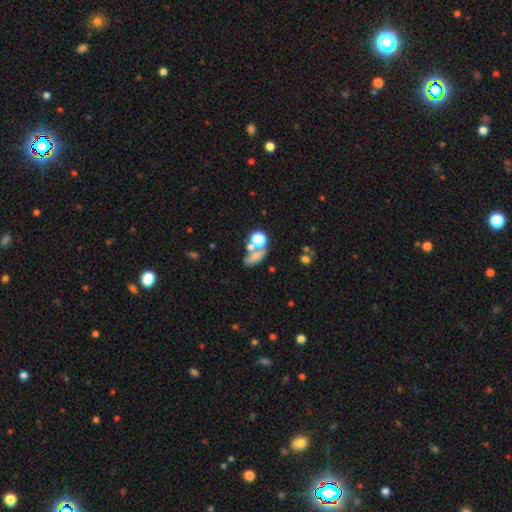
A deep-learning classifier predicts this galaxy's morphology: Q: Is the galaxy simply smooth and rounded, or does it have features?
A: smooth — 64%.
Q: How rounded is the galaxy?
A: in between — 65%.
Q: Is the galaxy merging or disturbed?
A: merger — 39%.